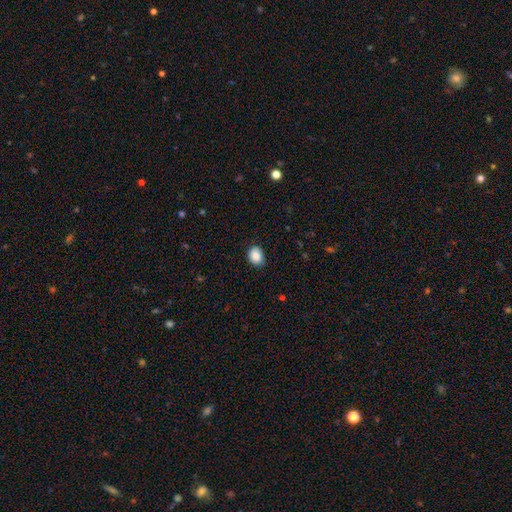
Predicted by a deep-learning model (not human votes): smooth-or-featured: smooth: 88% | star or artifact: 8% | featured or disk: 4%
  how-rounded: in between: 61% | round: 38% | cigar-shaped: 1%
  merging: none: 83% | minor disturbance: 14% | major disturbance: 2% | merger: 1%